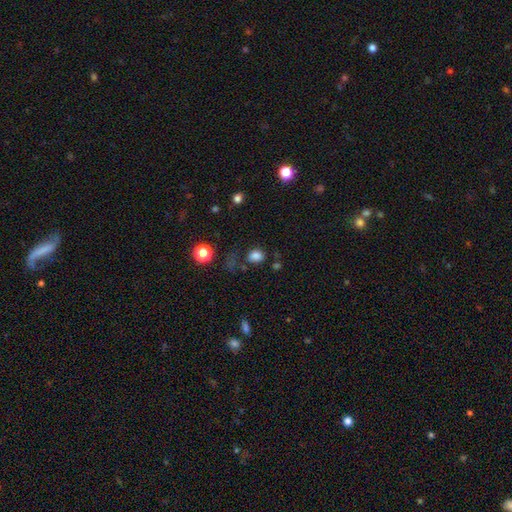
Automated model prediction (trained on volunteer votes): Smooth or featured? Predicted: smooth (p=0.79). How rounded? Predicted: in between (p=0.51). Merging? Predicted: none (p=0.69).